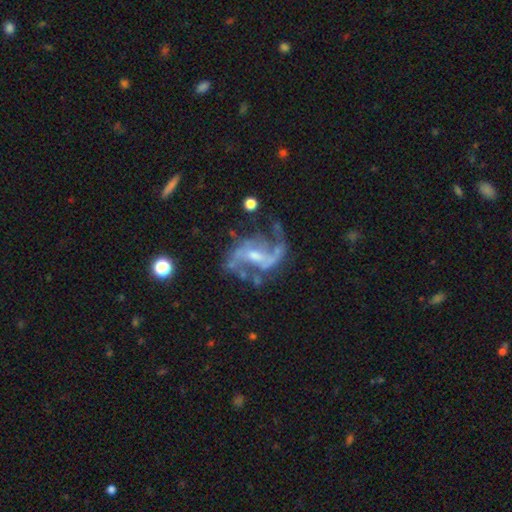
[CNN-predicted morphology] The model was most divided on "bulge size": small: 45%, moderate: 43%, none: 7%, large: 3%, dominant: 1%. Remaining: edge-on disk — no (97%); spiral arms — yes (95%); smooth or featured — featured or disk (89%); spiral arm count — 2 (86%); merging — none (59%); spiral winding — loose (54%); bar — weak (50%).